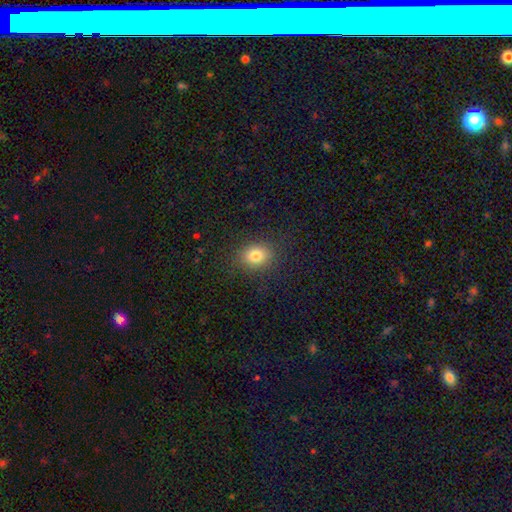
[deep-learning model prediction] This appears to be a smooth galaxy with no disk features (81%) that is round (53%). Merging: none (87%).